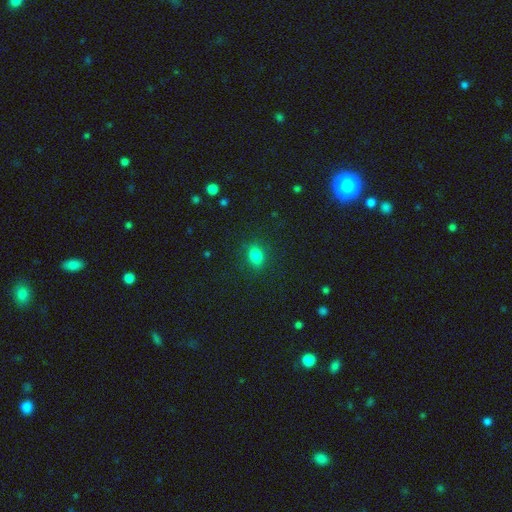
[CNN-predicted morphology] The model was most divided on "how rounded": in between: 64%, round: 34%, cigar-shaped: 2%. More confident: merging — none (84%); smooth or featured — smooth (82%).